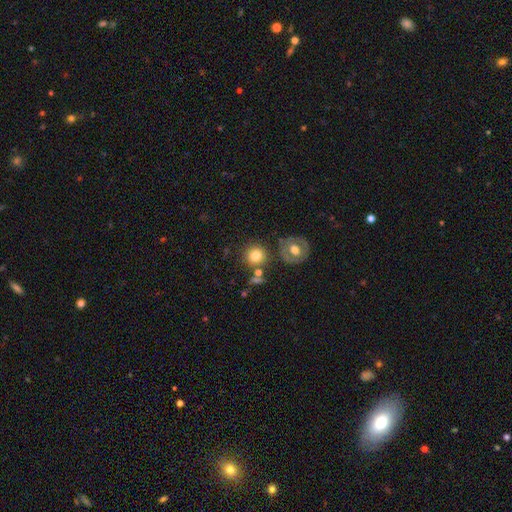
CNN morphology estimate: A smooth galaxy with no disk features (77%) that is round (92%).

Vote fractions:
- Smooth or featured? smooth: 77% / featured or disk: 13% / star or artifact: 10%
- How rounded? round: 92% / in between: 7% / cigar-shaped: 1%
- Merging? none: 75% / merger: 11% / minor disturbance: 10% / major disturbance: 4%